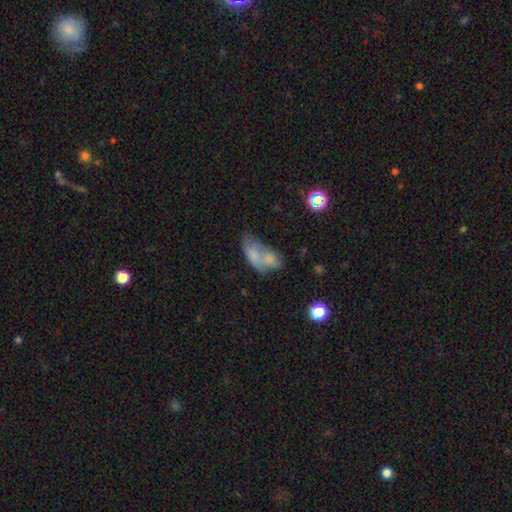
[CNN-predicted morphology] A smooth galaxy with no disk features (65%) that is in between round and cigar-shaped (85%). Merging: merger (65%).